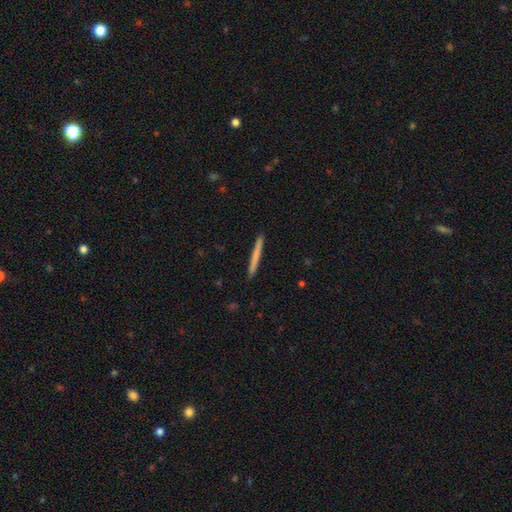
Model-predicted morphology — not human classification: Q: Smooth or featured?
A: smooth (68%); runner-up: featured or disk (27%)
Q: How rounded?
A: cigar-shaped (97%); runner-up: in between (2%)
Q: Merging?
A: none (93%); runner-up: minor disturbance (5%)